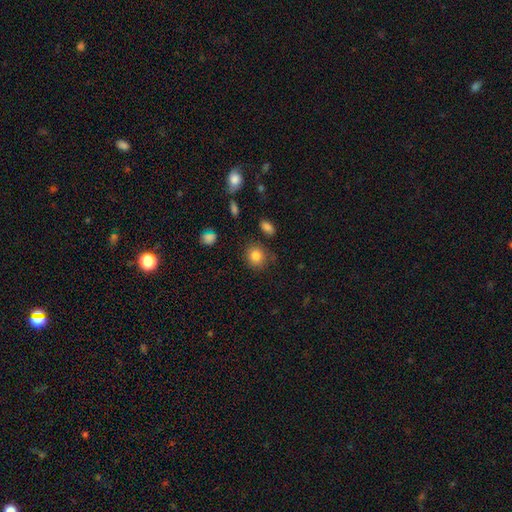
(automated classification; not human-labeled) Smooth or featured?
  - smooth: 82% *
  - star or artifact: 10%
  - featured or disk: 7%
How rounded?
  - round: 76% *
  - in between: 23%
  - cigar-shaped: 1%
Merging?
  - none: 79% *
  - minor disturbance: 14%
  - major disturbance: 4%
  - merger: 3%